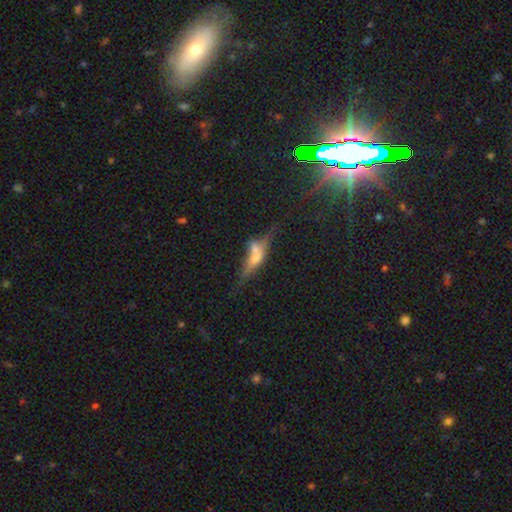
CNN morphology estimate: smooth-or-featured: featured or disk: 53% | smooth: 34% | star or artifact: 13%
  disk-edge-on: yes: 72% | no: 28%
  merging: none: 44% | merger: 31% | minor disturbance: 15% | major disturbance: 10%